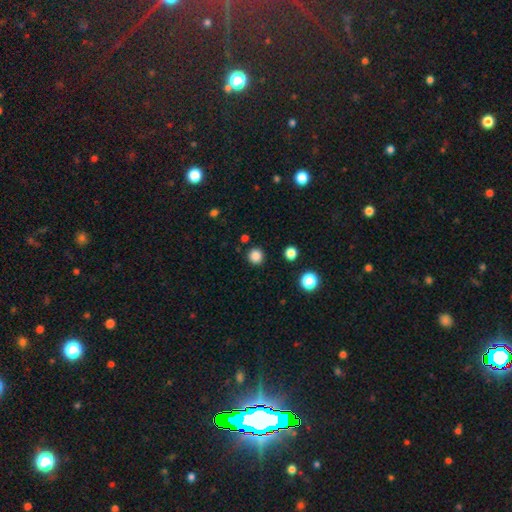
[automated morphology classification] smooth_or_featured: smooth (p=0.84) [alt: star or artifact p=0.12]
how_rounded: round (p=0.94) [alt: in between p=0.05]
merging: none (p=0.91) [alt: minor disturbance p=0.05]